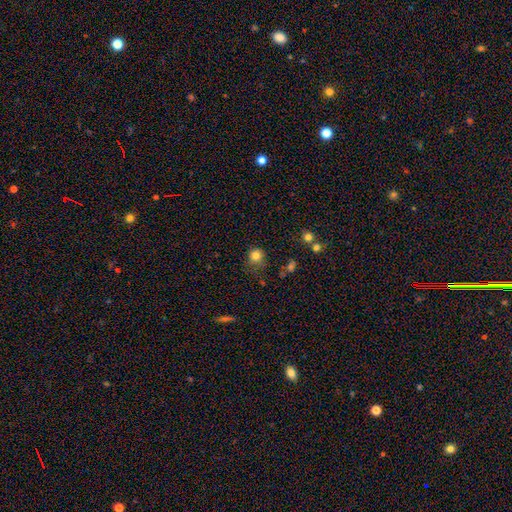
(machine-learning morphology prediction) smooth 81%, star or artifact 12%, featured or disk 6%. Down the decision tree: how rounded — round (86%); merging — none (65%).